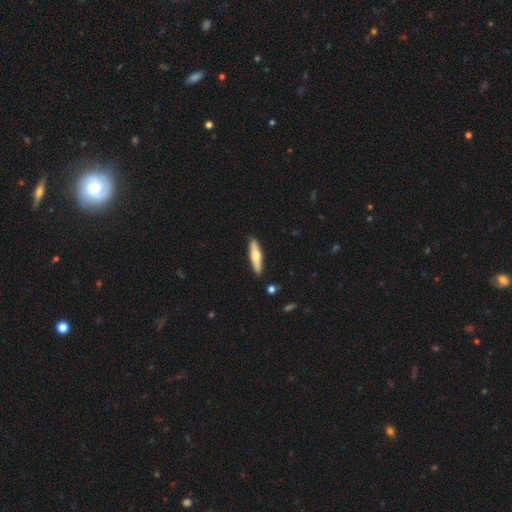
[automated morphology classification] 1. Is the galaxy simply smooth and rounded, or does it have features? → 49% smooth, 46% featured or disk, 5% star or artifact.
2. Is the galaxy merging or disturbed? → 89% none, 8% minor disturbance, 2% major disturbance, 2% merger.